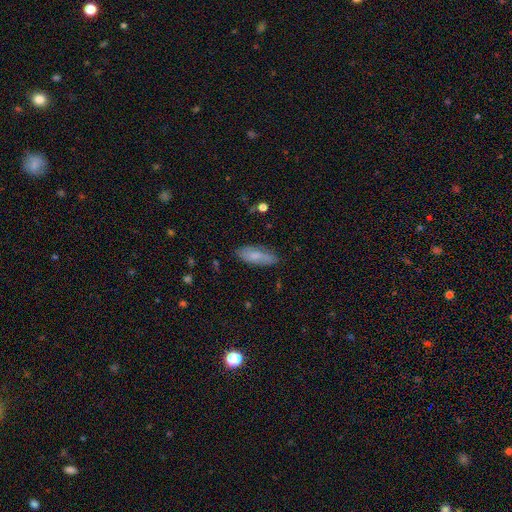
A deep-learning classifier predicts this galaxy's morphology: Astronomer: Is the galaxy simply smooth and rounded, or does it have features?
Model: smooth — 68%.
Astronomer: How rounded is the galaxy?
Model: in between — 73%.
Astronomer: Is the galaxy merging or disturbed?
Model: none — 77%.